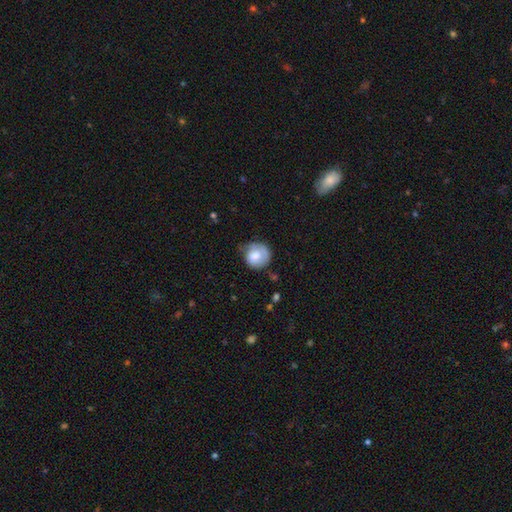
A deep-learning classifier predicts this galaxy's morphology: smooth 65%, featured or disk 28%, star or artifact 7%. Down the decision tree: how rounded — round (86%); merging — none (56%).